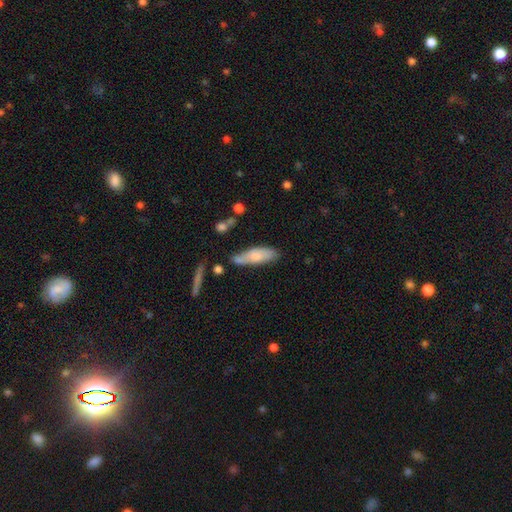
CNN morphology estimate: smooth 73%, featured or disk 21%, star or artifact 7%. Down the decision tree: how rounded — in between (55%); merging — none (56%).